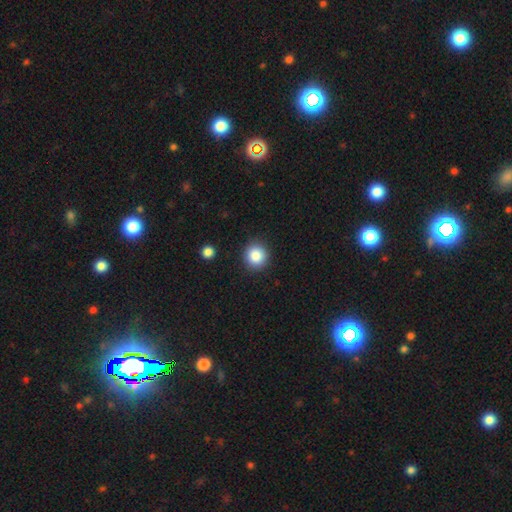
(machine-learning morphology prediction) A smooth galaxy with no disk features (86%) that is round (92%). Merging: none (90%).